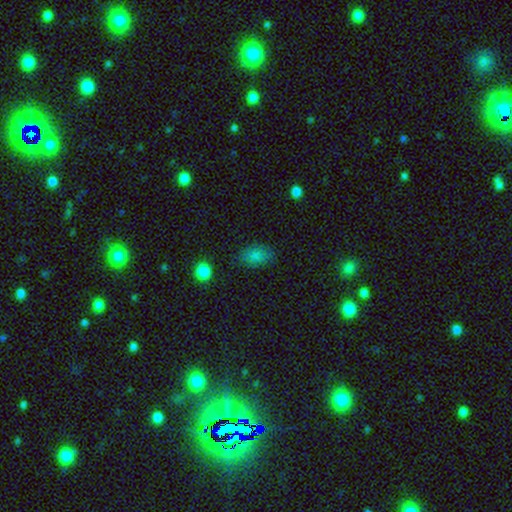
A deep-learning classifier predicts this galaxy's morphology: A smooth galaxy with no disk features (83%) that is in between round and cigar-shaped (87%).

Vote fractions:
- Smooth or featured? smooth: 83% / star or artifact: 10% / featured or disk: 6%
- How rounded? in between: 87% / round: 12% / cigar-shaped: 2%
- Merging? none: 82% / minor disturbance: 13% / major disturbance: 3% / merger: 2%